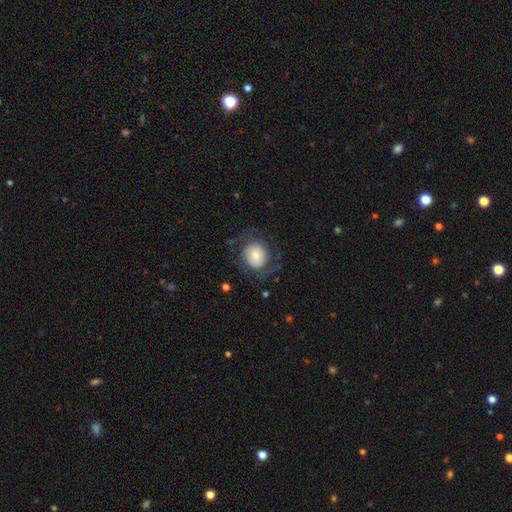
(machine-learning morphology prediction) The model was most divided on "smooth or featured": featured or disk: 48%, smooth: 45%, star or artifact: 8%. More confident: merging — none (63%).